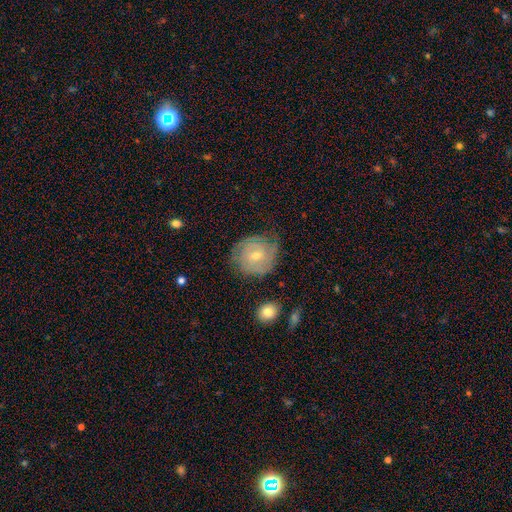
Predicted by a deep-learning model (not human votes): Smooth or featured? Predicted: featured or disk (p=0.63). Edge-on disk? Predicted: no (p=0.97). Bar? Predicted: no (p=0.59). Spiral arms? Predicted: yes (p=0.85). Spiral winding? Predicted: tight (p=0.66). Spiral arm count? Predicted: can't tell (p=0.43). Bulge size? Predicted: small (p=0.54). Merging? Predicted: none (p=0.64).